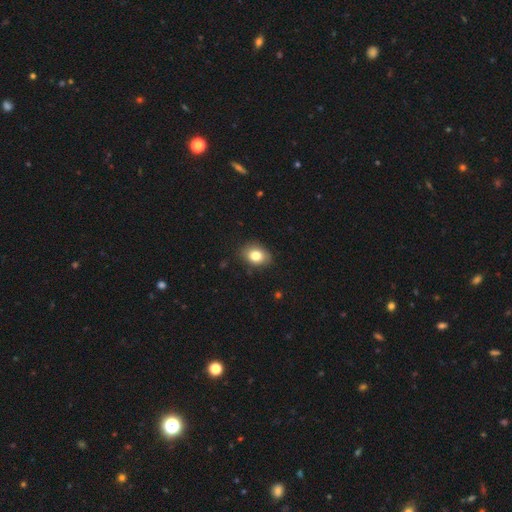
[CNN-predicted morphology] smooth_or_featured: smooth (p=0.81) [alt: featured or disk p=0.10]
how_rounded: in between (p=0.64) [alt: round p=0.35]
merging: none (p=0.82) [alt: minor disturbance p=0.14]